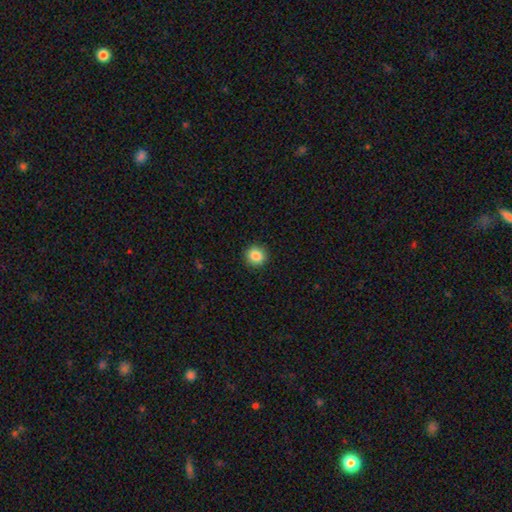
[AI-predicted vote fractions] Smooth or featured: smooth — 86% (star or artifact — 10%)
How rounded: round — 92% (in between — 7%)
Merging: none — 91% (minor disturbance — 6%)